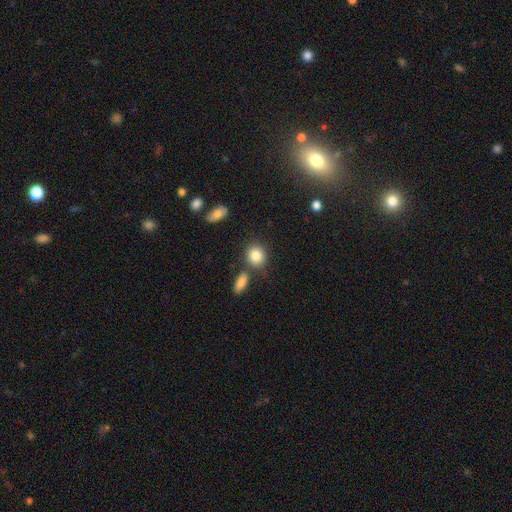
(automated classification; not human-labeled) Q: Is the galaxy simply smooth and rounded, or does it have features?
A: smooth — 85%.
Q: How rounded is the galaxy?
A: round — 68%.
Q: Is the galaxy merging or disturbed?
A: none — 71%.